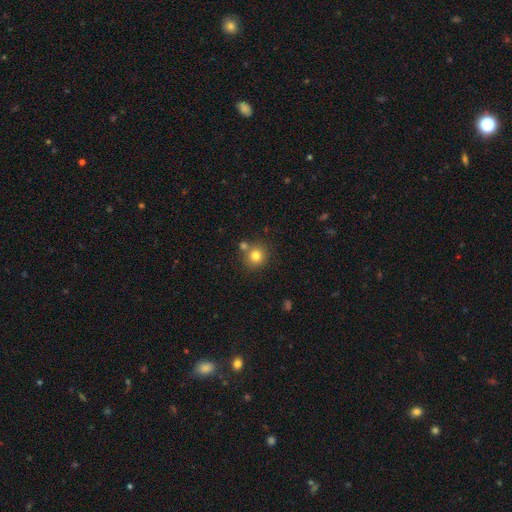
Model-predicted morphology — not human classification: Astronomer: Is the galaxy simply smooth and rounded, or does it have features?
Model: smooth — 80%.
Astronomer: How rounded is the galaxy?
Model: round — 91%.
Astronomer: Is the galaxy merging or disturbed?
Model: none — 72%.